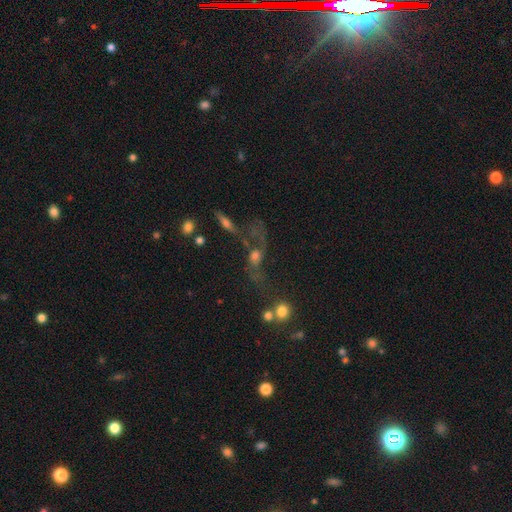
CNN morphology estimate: Smooth or featured?
  - featured or disk: 46% *
  - smooth: 36%
  - star or artifact: 18%
Merging?
  - merger: 31% *
  - none: 29%
  - major disturbance: 27%
  - minor disturbance: 13%